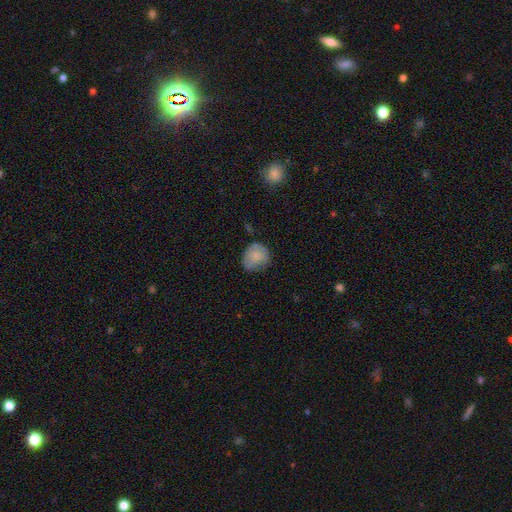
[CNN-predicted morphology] smooth 79%, featured or disk 13%, star or artifact 8%. Down the decision tree: how rounded — round (77%); merging — none (59%).